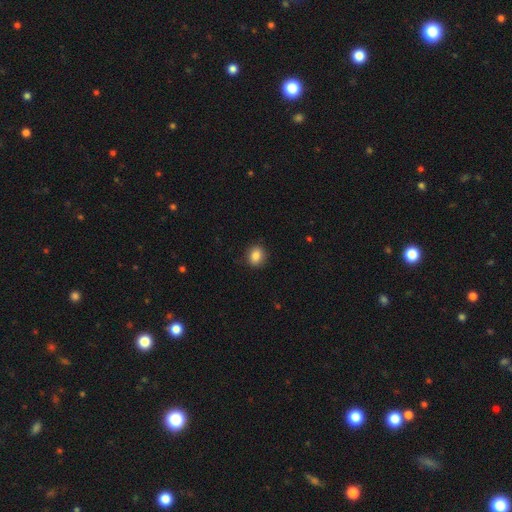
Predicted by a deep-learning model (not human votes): Smooth or featured: smooth — 86% (star or artifact — 9%)
How rounded: round — 63% (in between — 36%)
Merging: none — 88% (minor disturbance — 9%)